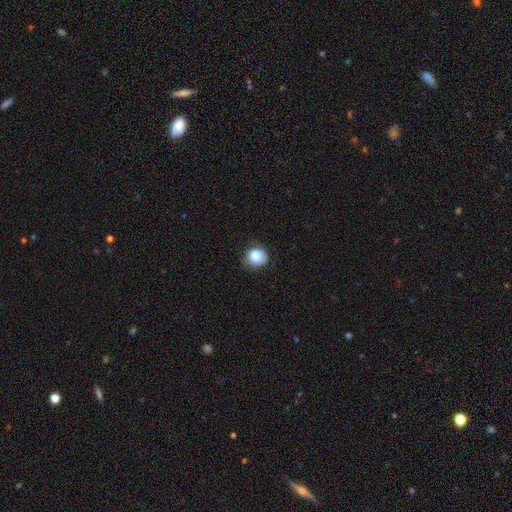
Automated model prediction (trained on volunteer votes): Morphology: type=smooth (84%); roundness=round (80%); merging=none (67%).